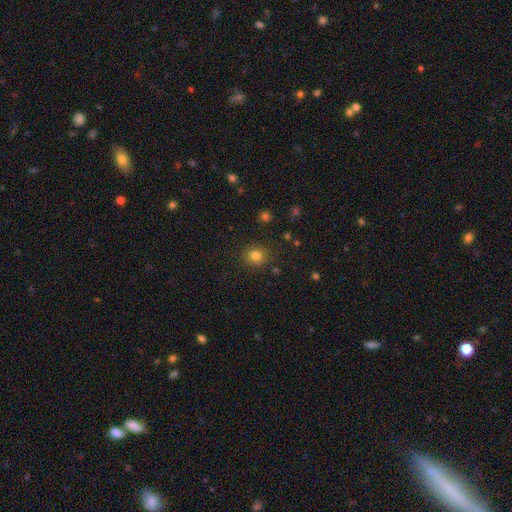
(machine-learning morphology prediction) A smooth galaxy with no disk features (80%) that is round (85%). Merging: none (86%).